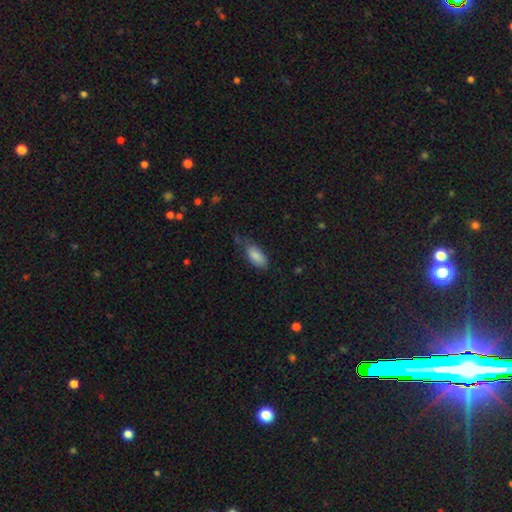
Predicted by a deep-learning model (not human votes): Q: Smooth or featured?
A: smooth (86%); runner-up: featured or disk (7%)
Q: How rounded?
A: in between (89%); runner-up: cigar-shaped (9%)
Q: Merging?
A: none (55%); runner-up: minor disturbance (33%)